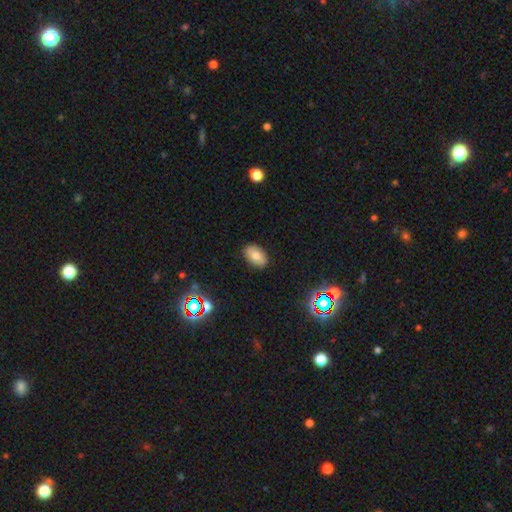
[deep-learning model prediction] A smooth galaxy with no disk features (74%) that is in between round and cigar-shaped (90%).

Vote fractions:
- Smooth or featured? smooth: 74% / featured or disk: 16% / star or artifact: 11%
- How rounded? in between: 90% / round: 9% / cigar-shaped: 1%
- Merging? none: 87% / minor disturbance: 10% / major disturbance: 2% / merger: 1%